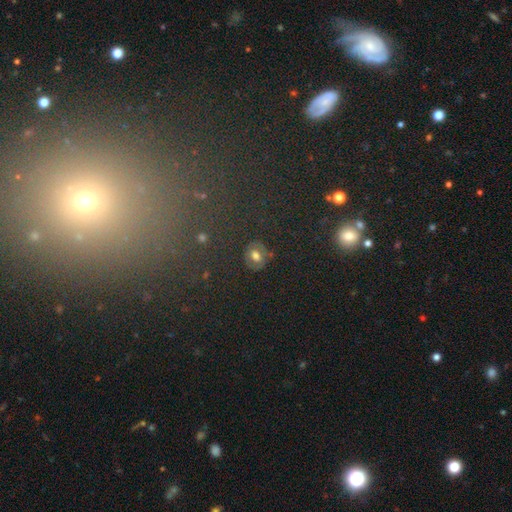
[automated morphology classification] Q: Smooth or featured?
A: smooth (53%); runner-up: featured or disk (27%)
Q: How rounded?
A: round (59%); runner-up: in between (39%)
Q: Merging?
A: none (77%); runner-up: minor disturbance (15%)